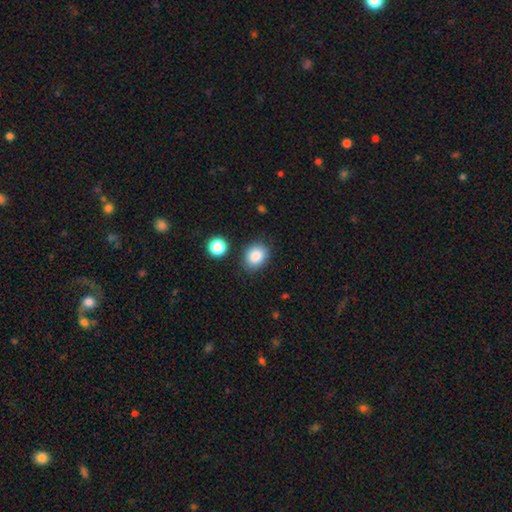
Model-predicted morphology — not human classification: Smooth or featured? smooth (86%)
How rounded? round (52%)
Merging? none (83%)